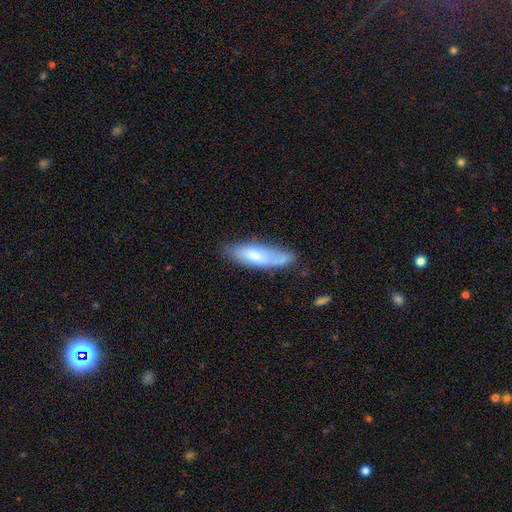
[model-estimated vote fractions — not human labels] A smooth galaxy with no disk features (67%) that is in between round and cigar-shaped (51%). Merging: none (58%).